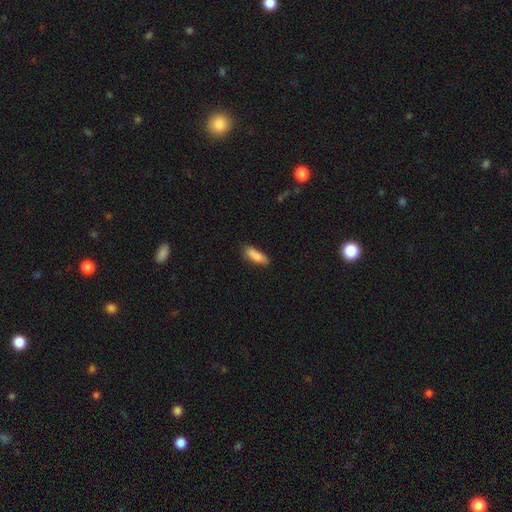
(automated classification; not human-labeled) This appears to be a smooth galaxy with no disk features (85%) that is in between round and cigar-shaped (55%). Merging: none (74%).